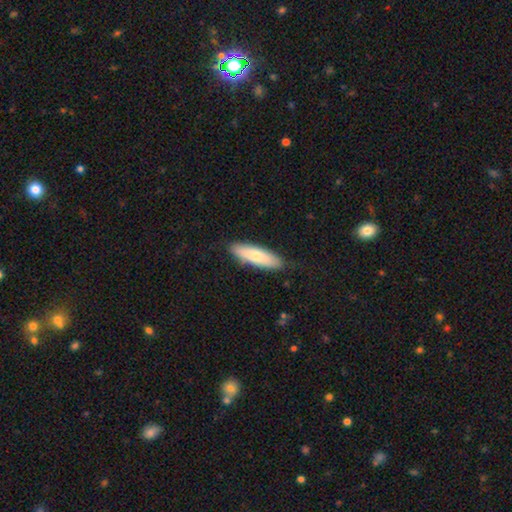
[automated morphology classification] A smooth galaxy with no disk features (74%) that is cigar-shaped (57%).

Vote fractions:
- Smooth or featured? smooth: 74% / featured or disk: 21% / star or artifact: 6%
- How rounded? cigar-shaped: 57% / in between: 41% / round: 2%
- Merging? none: 85% / minor disturbance: 11% / major disturbance: 2% / merger: 1%